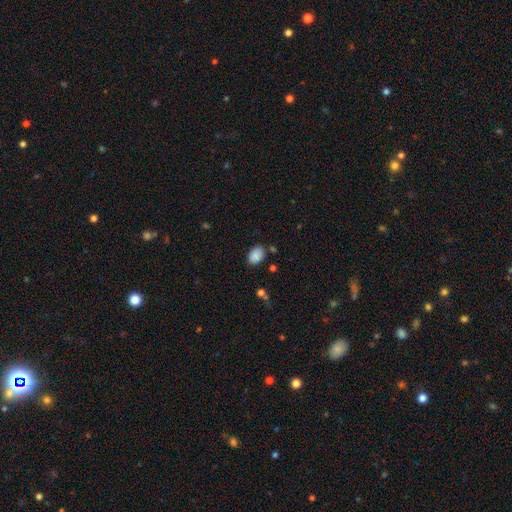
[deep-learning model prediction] This appears to be a smooth galaxy with no disk features (87%) that is in between round and cigar-shaped (85%). Merging: none (79%).